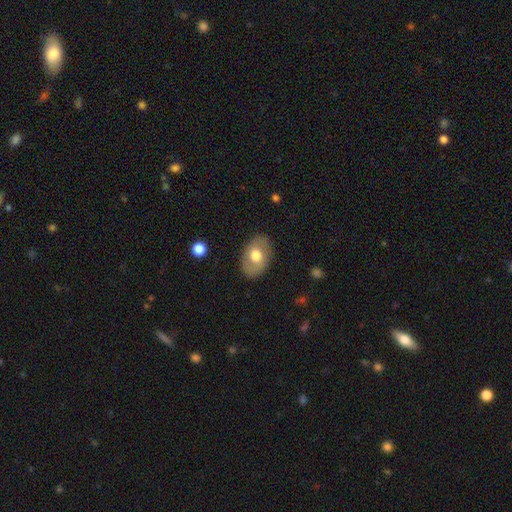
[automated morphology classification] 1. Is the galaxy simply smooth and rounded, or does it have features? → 62% smooth, 32% featured or disk, 6% star or artifact.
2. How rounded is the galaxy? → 83% in between, 16% round, 1% cigar-shaped.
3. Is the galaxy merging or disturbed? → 83% none, 12% minor disturbance, 4% major disturbance, 1% merger.